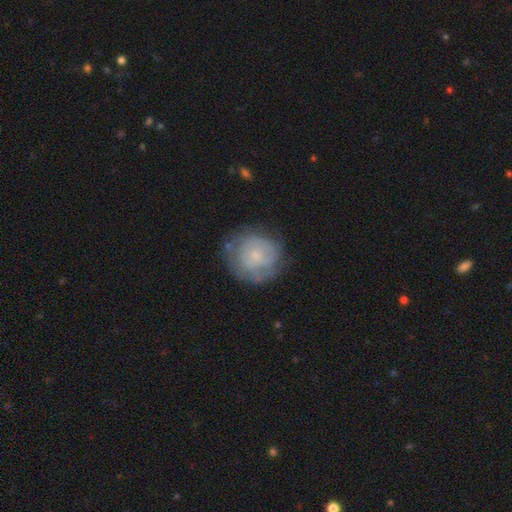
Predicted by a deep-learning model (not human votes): A featured or disk galaxy (53%) with no bar (77%), spiral arms (65%) and a small central bulge (67%). Merging: none (67%).